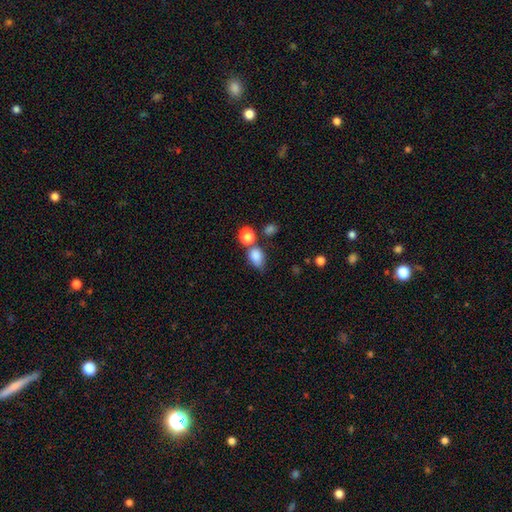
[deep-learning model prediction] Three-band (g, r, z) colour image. It shows a smooth galaxy with no disk features (81%) that is in between round and cigar-shaped (73%). Merging: none (47%).